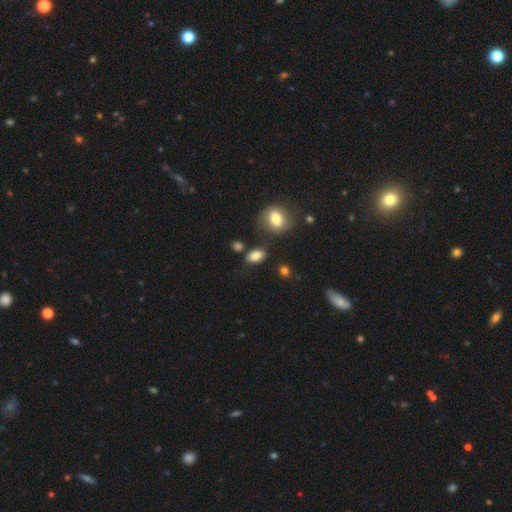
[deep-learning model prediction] Smooth or featured? smooth (82%)
How rounded? in between (87%)
Merging? none (74%)